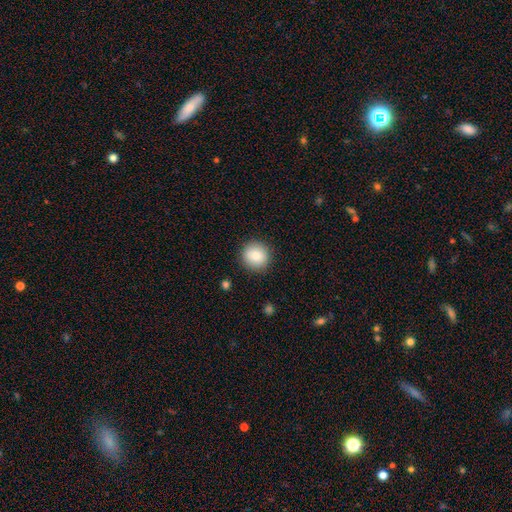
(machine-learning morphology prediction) Overall: smooth (83%). How rounded: round (94%). Merging: none (90%).